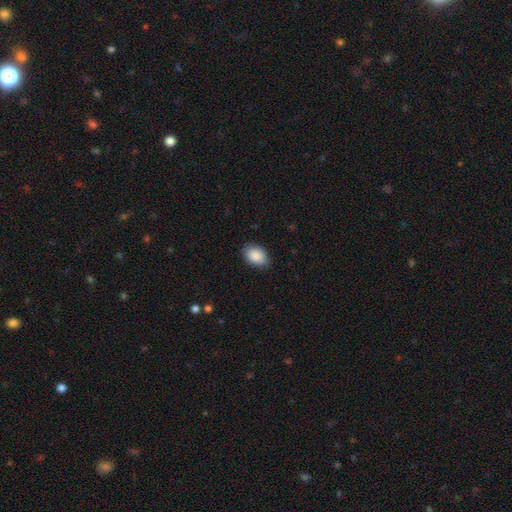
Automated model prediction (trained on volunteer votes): The model was most divided on "merging": none: 84%, minor disturbance: 13%, major disturbance: 3%, merger: 1%. More confident: smooth or featured — smooth (89%); how rounded — in between (86%).